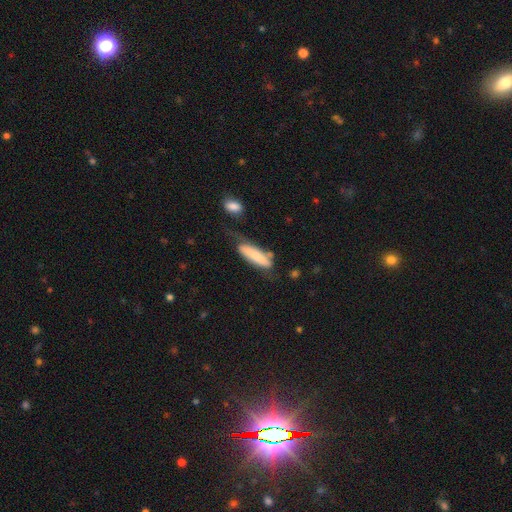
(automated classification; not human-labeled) A smooth galaxy with no disk features (78%) that is cigar-shaped (70%). Merging: none (46%).